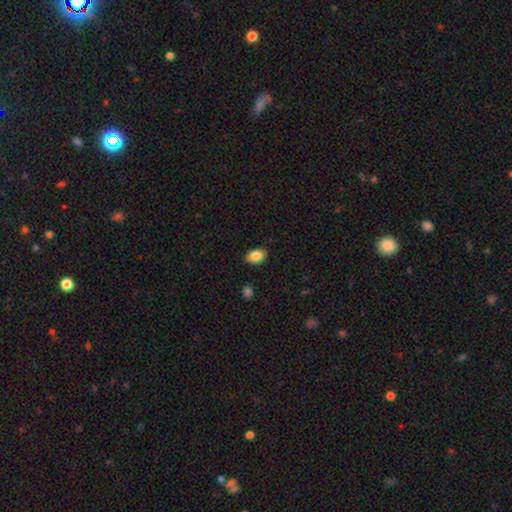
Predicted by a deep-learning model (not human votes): Smooth or featured: smooth — 86% (star or artifact — 8%)
How rounded: in between — 87% (round — 12%)
Merging: none — 87% (minor disturbance — 10%)